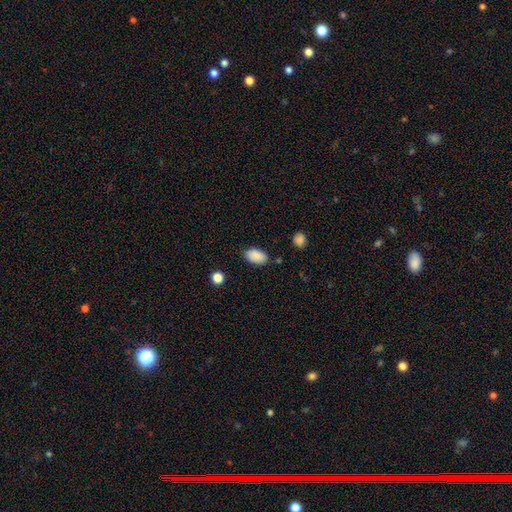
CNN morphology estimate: smooth-or-featured: smooth: 89% | star or artifact: 7% | featured or disk: 4%
  how-rounded: in between: 92% | round: 6% | cigar-shaped: 1%
  merging: none: 82% | minor disturbance: 13% | major disturbance: 3% | merger: 2%